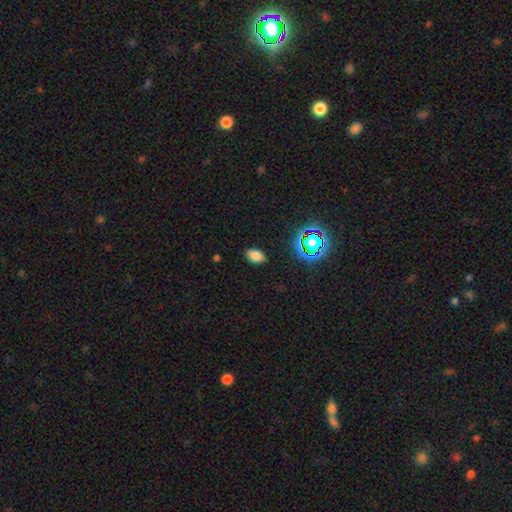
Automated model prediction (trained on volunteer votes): smooth-or-featured: smooth: 77% | star or artifact: 17% | featured or disk: 6%
  how-rounded: in between: 87% | round: 12% | cigar-shaped: 1%
  merging: none: 87% | minor disturbance: 10% | major disturbance: 2% | merger: 1%